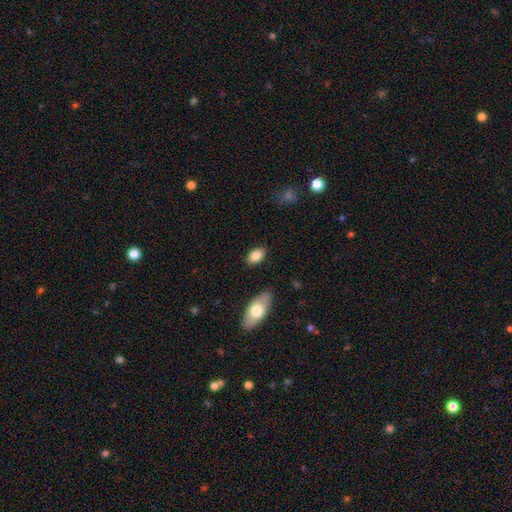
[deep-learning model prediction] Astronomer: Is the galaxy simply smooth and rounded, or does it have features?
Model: smooth — 83%.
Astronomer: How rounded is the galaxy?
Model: in between — 89%.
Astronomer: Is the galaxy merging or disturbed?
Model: none — 85%.